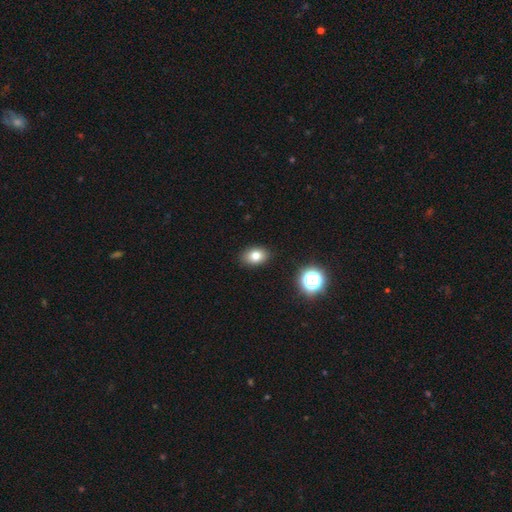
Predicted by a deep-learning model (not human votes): smooth 80%, star or artifact 12%, featured or disk 9%. Down the decision tree: how rounded — in between (77%); merging — none (88%).